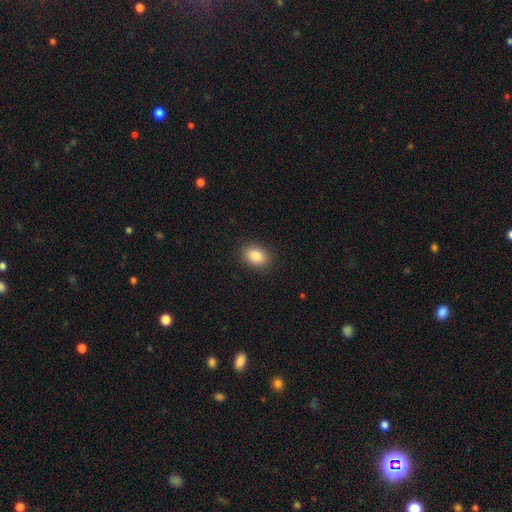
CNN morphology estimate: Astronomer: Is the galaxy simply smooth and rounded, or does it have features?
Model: smooth — 86%.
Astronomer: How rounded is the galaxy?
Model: in between — 79%.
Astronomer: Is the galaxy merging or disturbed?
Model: none — 89%.